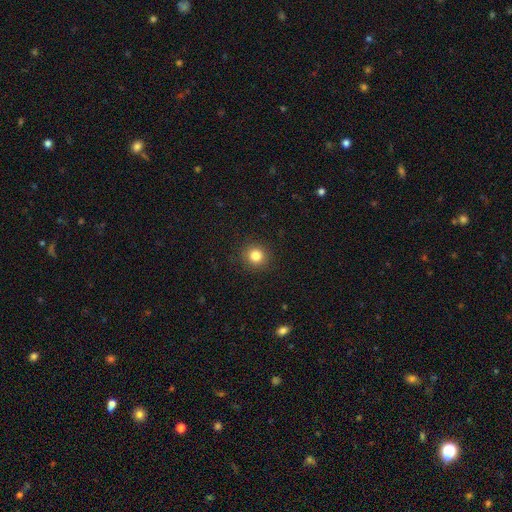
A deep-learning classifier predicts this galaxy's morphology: A smooth galaxy with no disk features (84%) that is round (93%). Merging: none (91%).